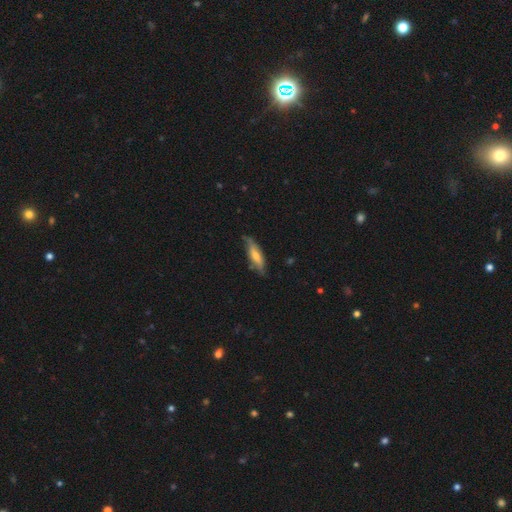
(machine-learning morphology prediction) smooth 54%, featured or disk 40%, star or artifact 6%. Down the decision tree: how rounded — cigar-shaped (60%); merging — none (68%).